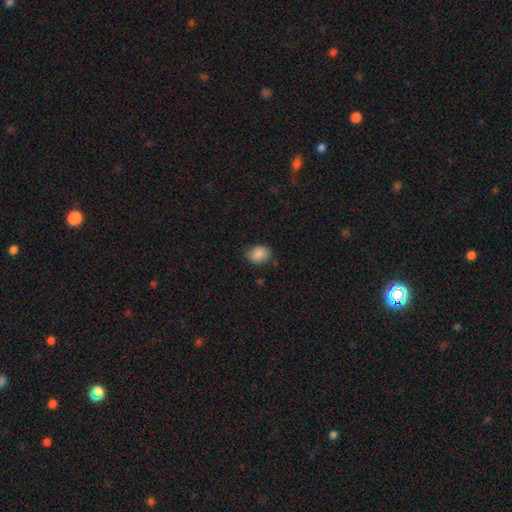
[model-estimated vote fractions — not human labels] Smooth or featured: smooth — 86% (star or artifact — 9%)
How rounded: in between — 62% (round — 37%)
Merging: none — 80% (minor disturbance — 16%)